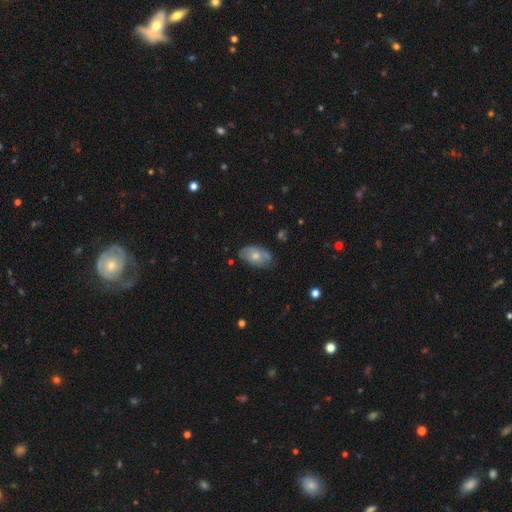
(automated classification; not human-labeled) smooth-or-featured: smooth: 58% | featured or disk: 35% | star or artifact: 7%
  how-rounded: in between: 91% | round: 7% | cigar-shaped: 2%
  merging: none: 69% | minor disturbance: 24% | major disturbance: 5% | merger: 2%